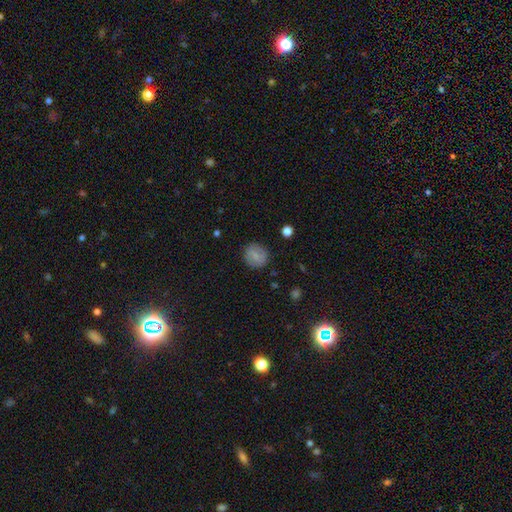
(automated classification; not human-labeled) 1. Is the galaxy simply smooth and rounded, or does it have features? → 60% smooth, 32% featured or disk, 8% star or artifact.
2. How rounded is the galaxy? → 84% round, 15% in between, 1% cigar-shaped.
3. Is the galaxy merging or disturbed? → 86% none, 10% minor disturbance, 3% major disturbance, 1% merger.